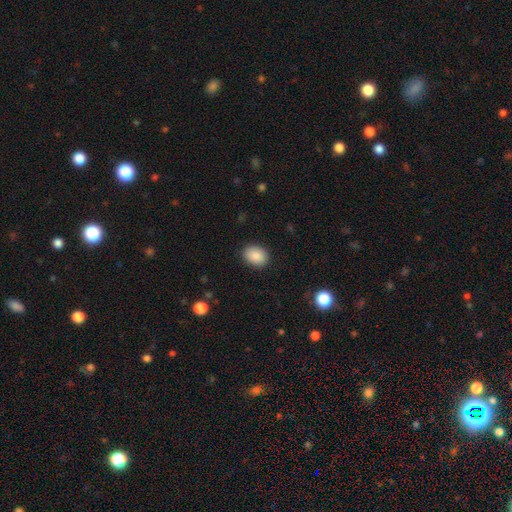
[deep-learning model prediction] This is clearly a smooth galaxy (89%). How rounded: likely in between (62%). Merging: clearly none (88%).